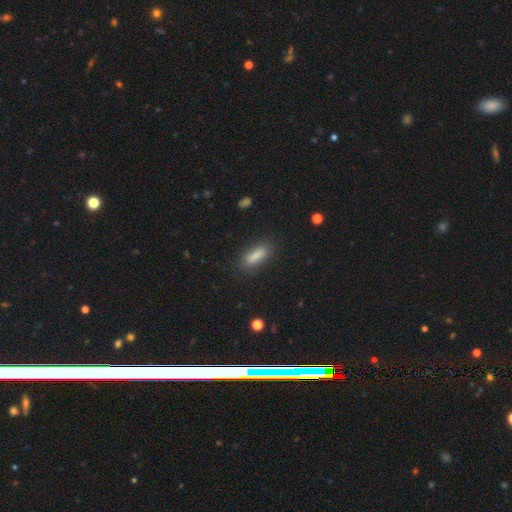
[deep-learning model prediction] A smooth galaxy with no disk features (78%) that is in between round and cigar-shaped (52%).

Vote fractions:
- Smooth or featured? smooth: 78% / featured or disk: 14% / star or artifact: 8%
- How rounded? in between: 52% / cigar-shaped: 45% / round: 3%
- Merging? none: 83% / minor disturbance: 11% / major disturbance: 4% / merger: 2%